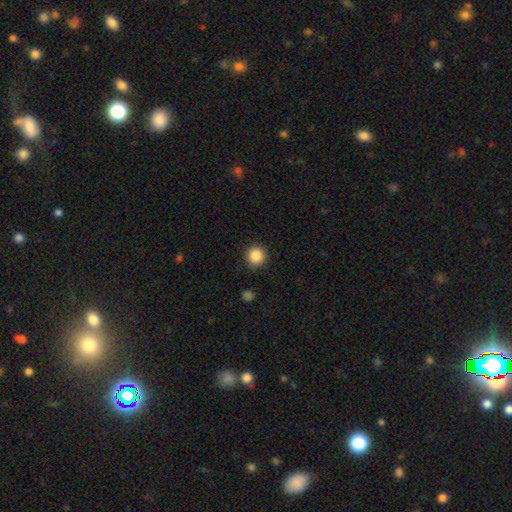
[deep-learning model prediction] smooth_or_featured: smooth (p=0.87) [alt: star or artifact p=0.09]
how_rounded: round (p=0.94) [alt: in between p=0.05]
merging: none (p=0.88) [alt: minor disturbance p=0.08]